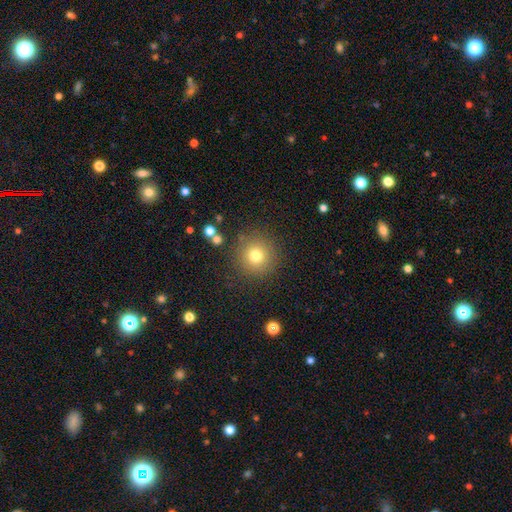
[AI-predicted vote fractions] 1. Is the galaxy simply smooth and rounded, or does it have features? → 76% smooth, 14% star or artifact, 10% featured or disk.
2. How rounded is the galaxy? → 95% round, 4% in between, 1% cigar-shaped.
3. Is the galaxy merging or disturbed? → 86% none, 8% minor disturbance, 3% major disturbance, 3% merger.